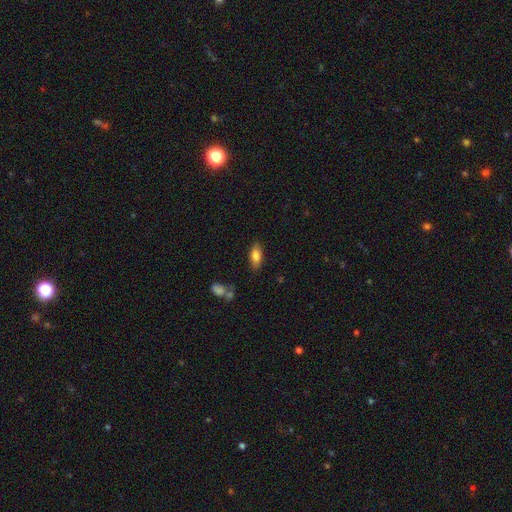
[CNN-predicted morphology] The model was most divided on "smooth or featured": smooth: 80%, featured or disk: 12%, star or artifact: 7%. More confident: how rounded — in between (84%); merging — none (83%).